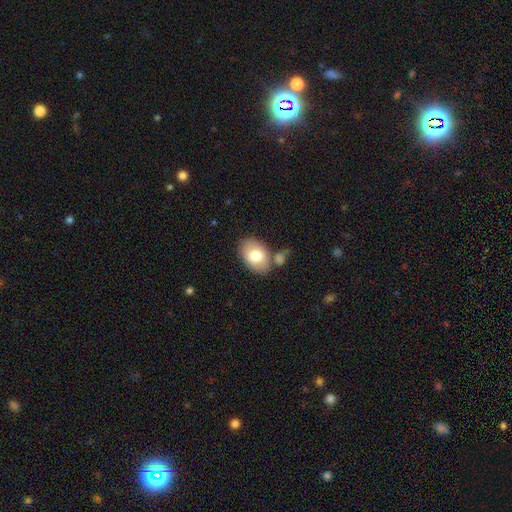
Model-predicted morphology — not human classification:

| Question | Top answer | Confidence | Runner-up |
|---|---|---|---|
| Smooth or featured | smooth | 76% | featured or disk (17%) |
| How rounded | in between | 87% | round (12%) |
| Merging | none | 65% | merger (17%) |